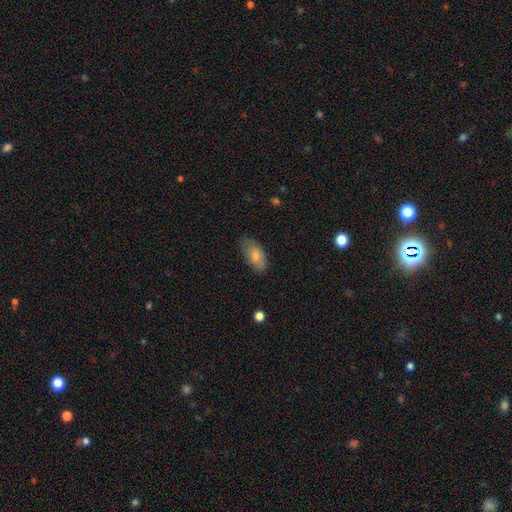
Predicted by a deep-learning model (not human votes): smooth 79%, featured or disk 15%, star or artifact 6%. Down the decision tree: how rounded — in between (93%); merging — none (74%).